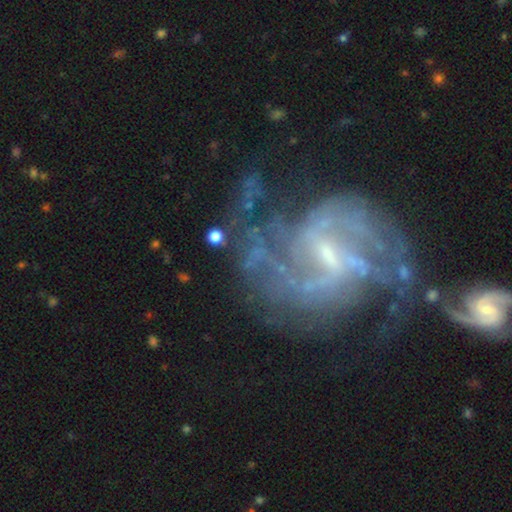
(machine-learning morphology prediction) smooth-or-featured: featured or disk: 84% | star or artifact: 9% | smooth: 7%
  disk-edge-on: no: 97% | yes: 3%
    bar: weak: 53% | strong: 30% | no: 17%
    has-spiral-arms: yes: 90% | no: 10%
      spiral-winding: medium: 44% | loose: 30% | tight: 25%
      spiral-arm-count: 2: 39% | can't tell: 26% | 3: 14% | 4: 9% | 1: 7% | more than 4: 6%
    bulge-size: small: 63% | moderate: 21% | none: 14% | large: 2% | dominant: 1%
  merging: none: 52% | major disturbance: 24% | minor disturbance: 19% | merger: 5%